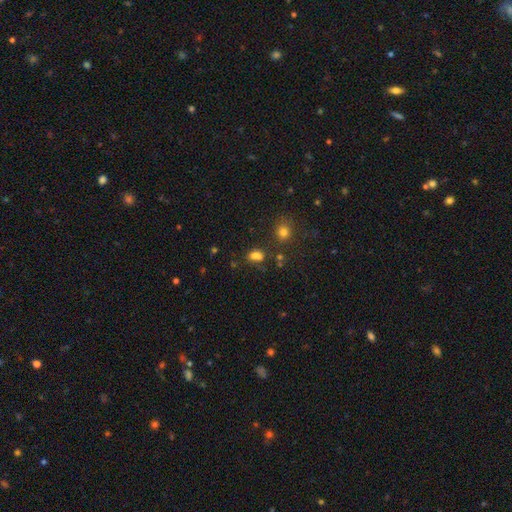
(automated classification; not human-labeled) Morphology: type=smooth (74%); roundness=in between (70%); merging=none (56%).